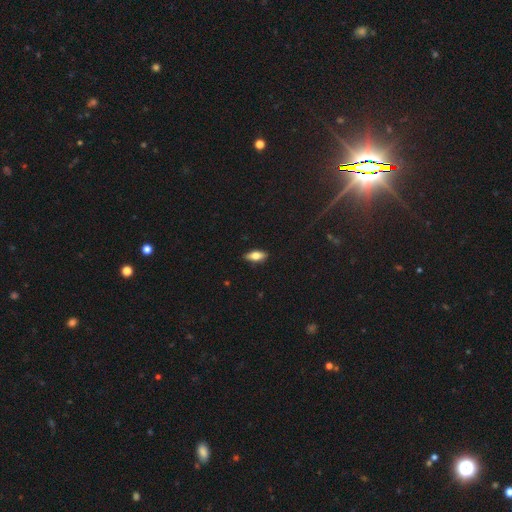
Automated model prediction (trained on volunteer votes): This is likely a smooth galaxy (74%). How rounded: clearly in between (81%). Merging: clearly none (87%).